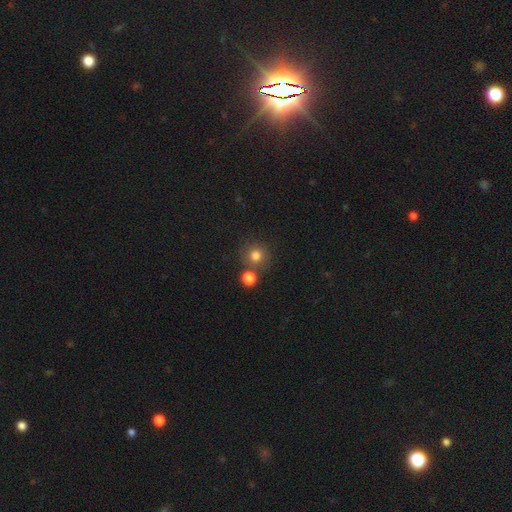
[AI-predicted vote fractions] Smooth or featured? smooth (79%)
How rounded? round (92%)
Merging? none (73%)